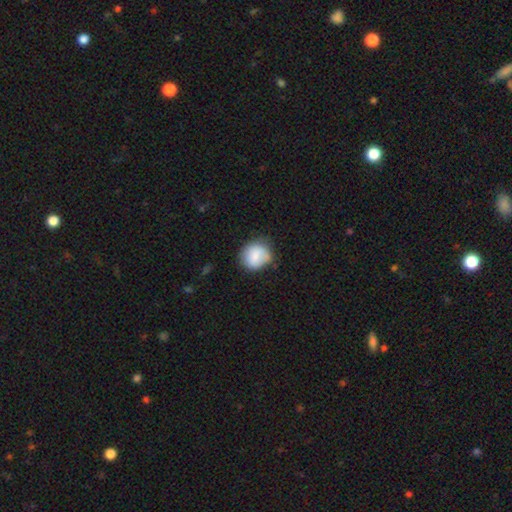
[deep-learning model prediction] smooth_or_featured: smooth (p=0.80) [alt: featured or disk p=0.12]
how_rounded: round (p=0.74) [alt: in between p=0.25]
merging: none (p=0.62) [alt: minor disturbance p=0.28]